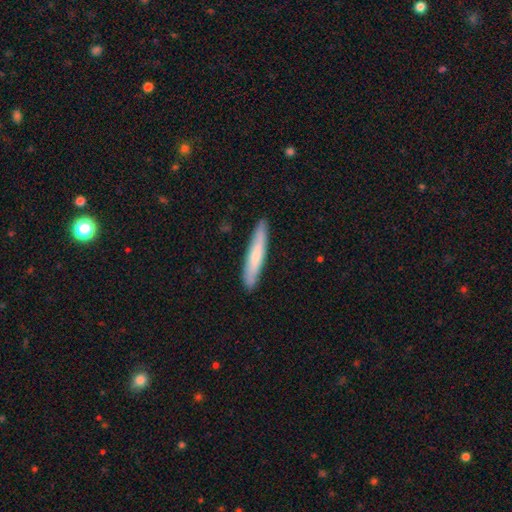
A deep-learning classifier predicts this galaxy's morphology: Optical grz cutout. It shows a smooth galaxy with no disk features (67%) that is cigar-shaped (93%). Merging: none (89%).